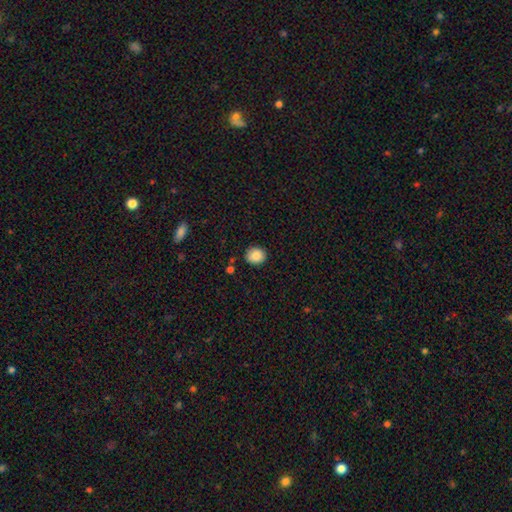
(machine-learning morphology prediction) Smooth or featured?
  - smooth: 88% *
  - star or artifact: 8%
  - featured or disk: 4%
How rounded?
  - round: 76% *
  - in between: 23%
  - cigar-shaped: 1%
Merging?
  - none: 88% *
  - minor disturbance: 8%
  - merger: 2%
  - major disturbance: 2%